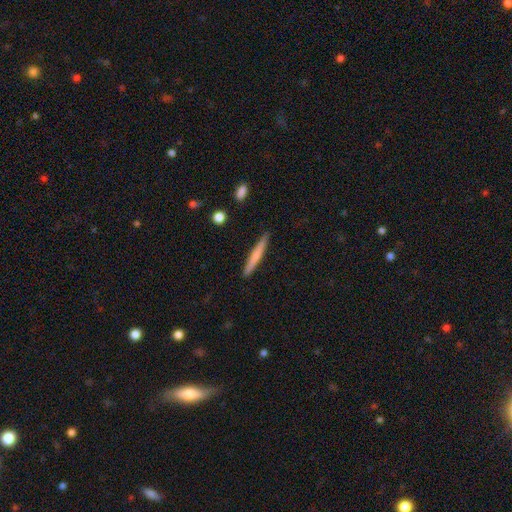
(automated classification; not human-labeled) Smooth or featured?
  - smooth: 61% *
  - featured or disk: 33%
  - star or artifact: 6%
How rounded?
  - cigar-shaped: 96% *
  - in between: 3%
  - round: 1%
Merging?
  - none: 90% *
  - minor disturbance: 7%
  - major disturbance: 1%
  - merger: 1%